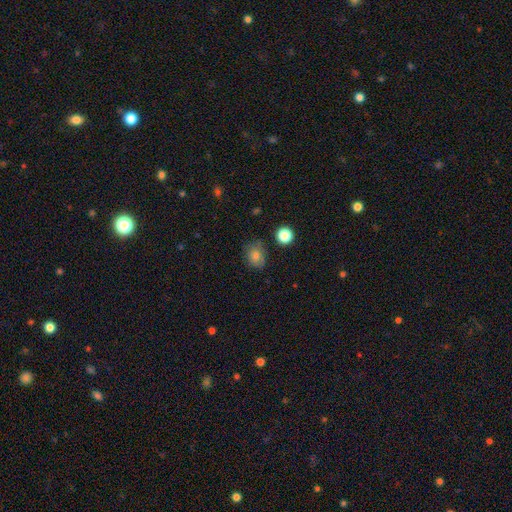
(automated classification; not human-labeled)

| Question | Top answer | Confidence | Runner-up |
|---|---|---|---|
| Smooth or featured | smooth | 79% | star or artifact (12%) |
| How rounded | in between | 50% | round (48%) |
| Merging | none | 71% | minor disturbance (21%) |